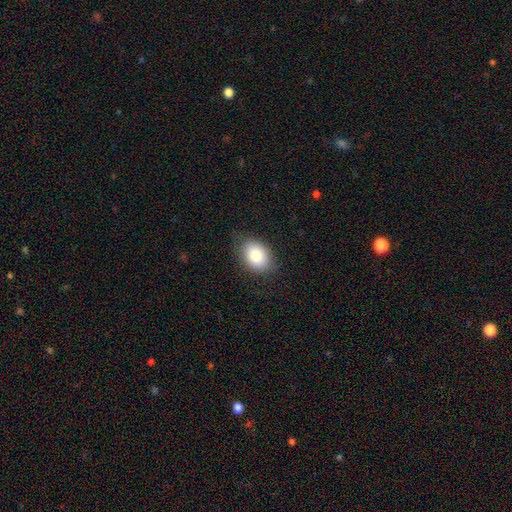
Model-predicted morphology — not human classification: smooth_or_featured: smooth (p=0.83) [alt: featured or disk p=0.09]
how_rounded: in between (p=0.74) [alt: round p=0.25]
merging: none (p=0.80) [alt: minor disturbance p=0.16]